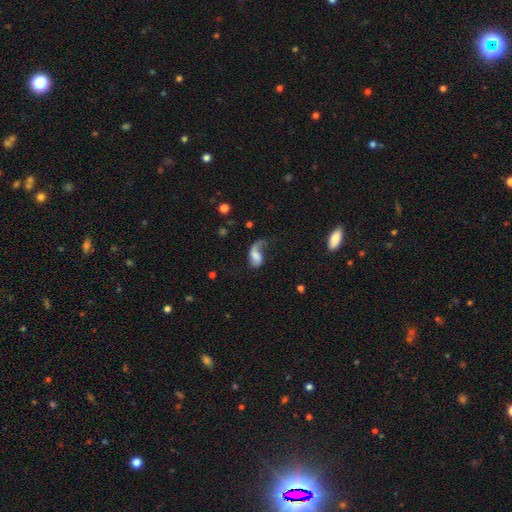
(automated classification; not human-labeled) A smooth galaxy with no disk features (46%). Merging: major disturbance (48%).